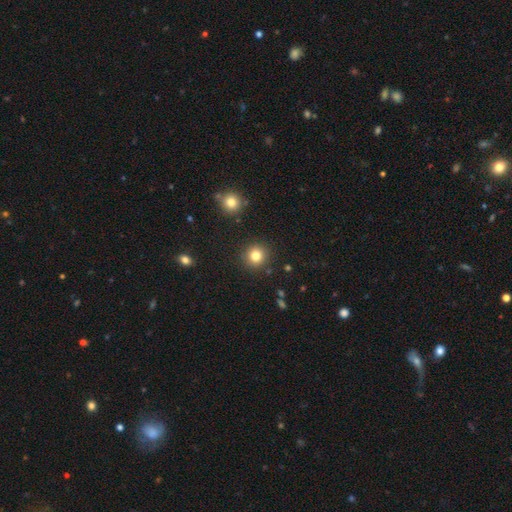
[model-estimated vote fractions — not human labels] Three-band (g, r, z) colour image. It shows a smooth galaxy with no disk features (82%) that is round (91%). Merging: none (90%).